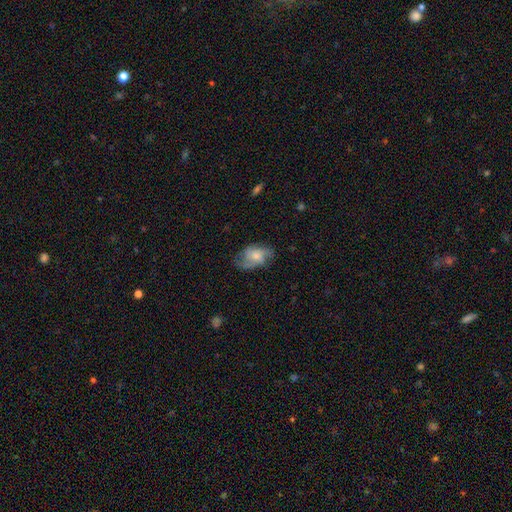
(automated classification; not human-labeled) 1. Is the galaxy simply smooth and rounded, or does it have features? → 48% featured or disk, 44% smooth, 8% star or artifact.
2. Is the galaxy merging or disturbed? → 57% none, 26% minor disturbance, 15% major disturbance, 2% merger.